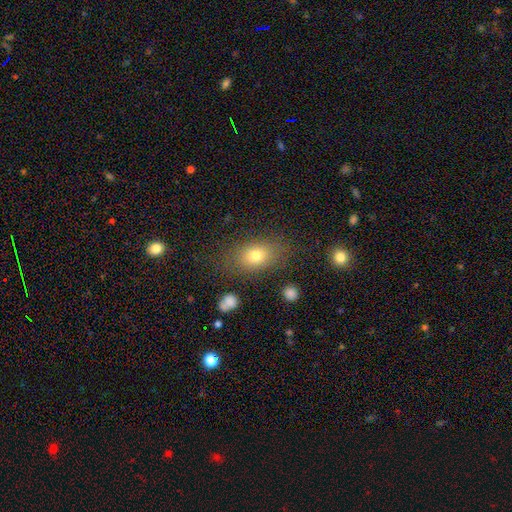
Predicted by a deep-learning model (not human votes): A smooth galaxy with no disk features (75%) that is in between round and cigar-shaped (77%). Merging: none (76%).